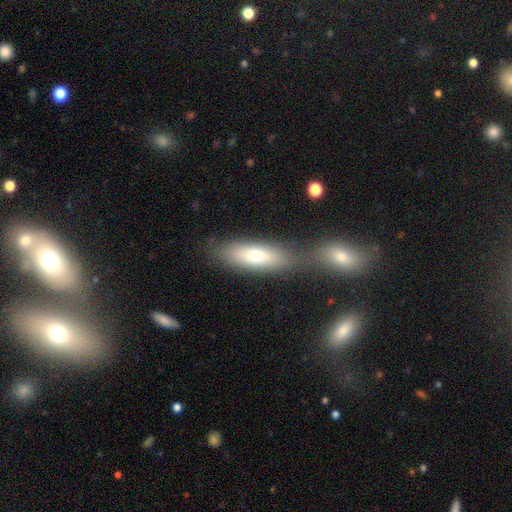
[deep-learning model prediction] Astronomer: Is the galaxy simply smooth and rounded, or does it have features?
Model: smooth — 74%.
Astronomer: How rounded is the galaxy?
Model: in between — 62%.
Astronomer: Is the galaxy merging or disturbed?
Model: none — 51% (runner-up: merger, 32%).